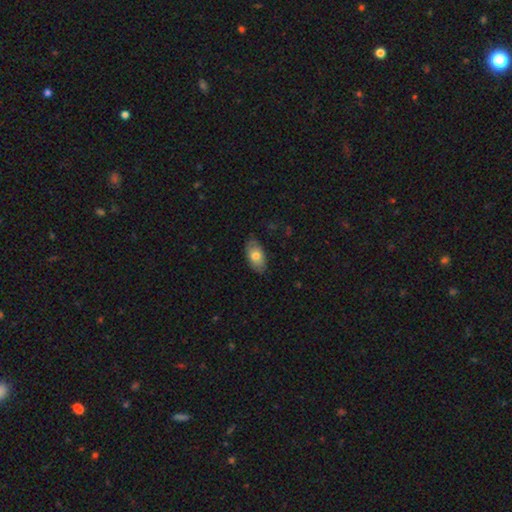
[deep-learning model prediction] A smooth galaxy with no disk features (73%) that is in between round and cigar-shaped (93%).

Vote fractions:
- Smooth or featured? smooth: 73% / featured or disk: 21% / star or artifact: 6%
- How rounded? in between: 93% / round: 4% / cigar-shaped: 3%
- Merging? none: 81% / minor disturbance: 15% / major disturbance: 3% / merger: 1%